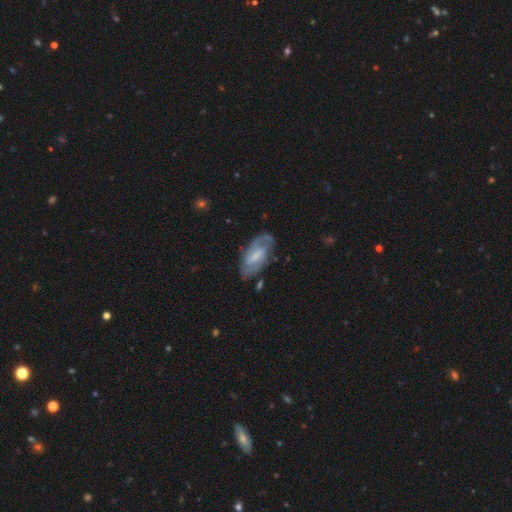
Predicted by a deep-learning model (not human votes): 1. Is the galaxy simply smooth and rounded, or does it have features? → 79% featured or disk, 16% smooth, 5% star or artifact.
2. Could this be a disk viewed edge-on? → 95% no, 5% yes.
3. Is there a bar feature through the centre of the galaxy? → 54% weak, 27% strong, 18% no.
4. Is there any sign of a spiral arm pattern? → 92% yes, 8% no.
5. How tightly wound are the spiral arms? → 47% medium, 37% tight, 16% loose.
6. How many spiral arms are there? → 75% 2, 13% can't tell, 5% 3, 4% 1, 2% 4, 2% more than 4.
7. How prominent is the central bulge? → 51% small, 30% moderate, 15% none, 3% large, 1% dominant.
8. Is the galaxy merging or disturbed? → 74% none, 18% minor disturbance, 6% major disturbance, 2% merger.